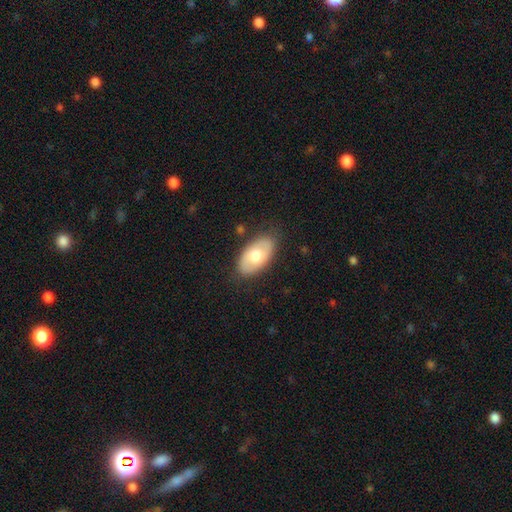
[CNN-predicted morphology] Smooth or featured: smooth — 64% (featured or disk — 31%)
How rounded: in between — 95% (round — 4%)
Merging: none — 83% (minor disturbance — 13%)